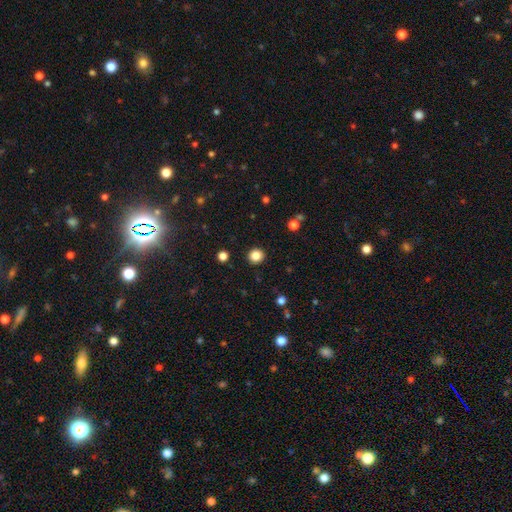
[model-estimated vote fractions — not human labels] Q: Smooth or featured?
A: smooth (85%); runner-up: star or artifact (11%)
Q: How rounded?
A: round (91%); runner-up: in between (8%)
Q: Merging?
A: none (92%); runner-up: minor disturbance (5%)